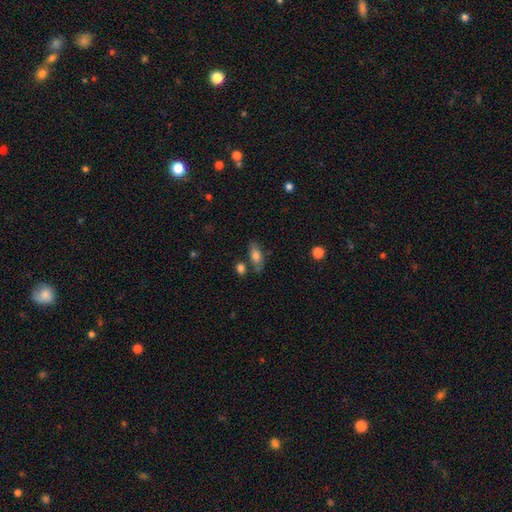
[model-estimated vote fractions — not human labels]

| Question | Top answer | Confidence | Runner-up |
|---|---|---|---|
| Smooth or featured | smooth | 76% | featured or disk (16%) |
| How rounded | in between | 83% | cigar-shaped (13%) |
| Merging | none | 70% | minor disturbance (16%) |